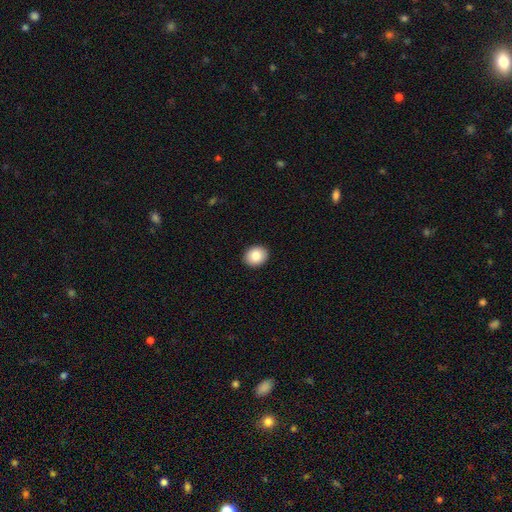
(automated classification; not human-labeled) Smooth or featured? smooth (85%)
How rounded? round (61%)
Merging? none (92%)